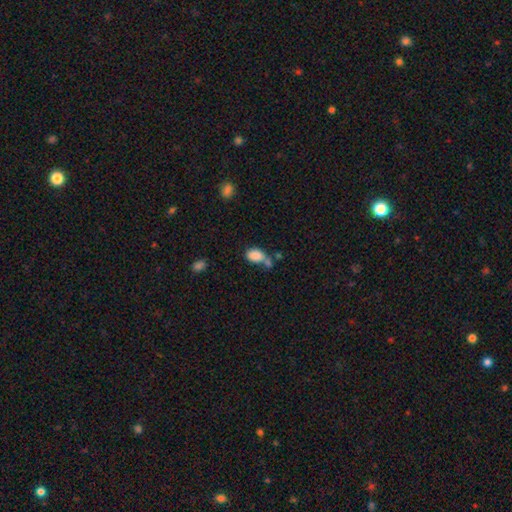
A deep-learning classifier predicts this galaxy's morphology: smooth-or-featured: smooth: 85% | star or artifact: 9% | featured or disk: 6%
  how-rounded: in between: 84% | round: 14% | cigar-shaped: 2%
  merging: merger: 38% | none: 36% | minor disturbance: 17% | major disturbance: 9%